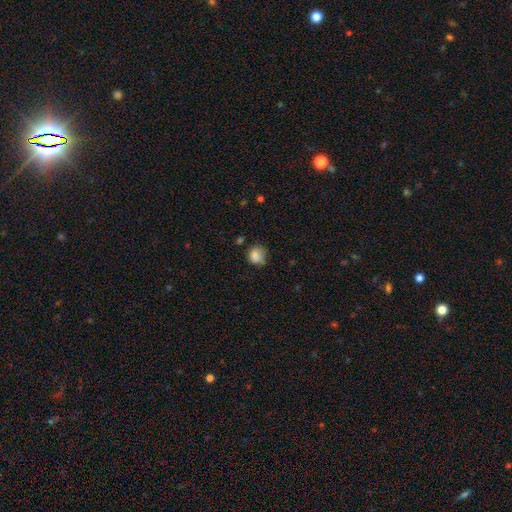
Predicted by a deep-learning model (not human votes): smooth_or_featured: smooth (p=0.83) [alt: star or artifact p=0.10]
how_rounded: round (p=0.77) [alt: in between p=0.23]
merging: none (p=0.61) [alt: minor disturbance p=0.27]